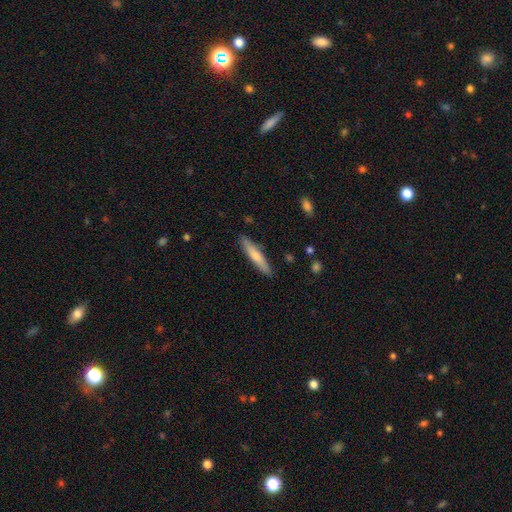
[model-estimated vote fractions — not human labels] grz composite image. It shows a smooth galaxy with no disk features (67%) that is cigar-shaped (89%). Merging: none (88%).